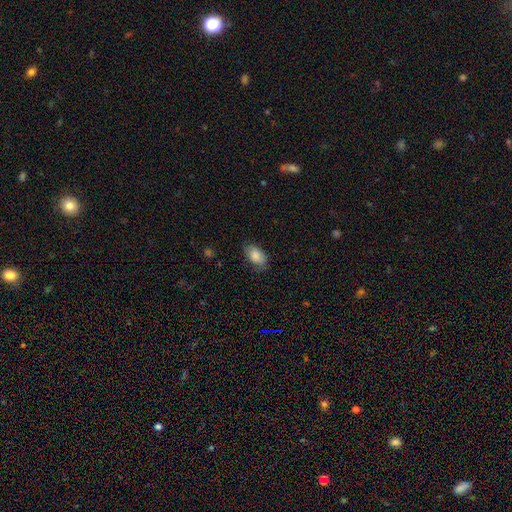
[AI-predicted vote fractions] A smooth galaxy with no disk features (84%) that is in between round and cigar-shaped (92%).

Vote fractions:
- Smooth or featured? smooth: 84% / featured or disk: 9% / star or artifact: 7%
- How rounded? in between: 92% / round: 6% / cigar-shaped: 2%
- Merging? none: 75% / minor disturbance: 19% / major disturbance: 5% / merger: 1%